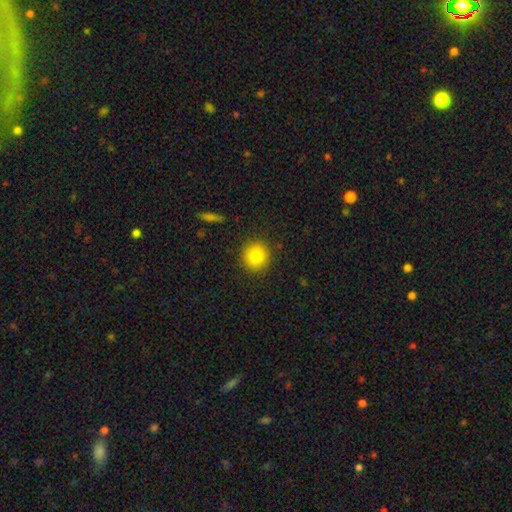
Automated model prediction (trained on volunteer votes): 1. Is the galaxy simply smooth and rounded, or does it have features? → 81% smooth, 10% star or artifact, 9% featured or disk.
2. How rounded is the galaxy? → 92% round, 7% in between, 1% cigar-shaped.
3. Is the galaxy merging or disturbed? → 90% none, 6% minor disturbance, 2% major disturbance, 1% merger.